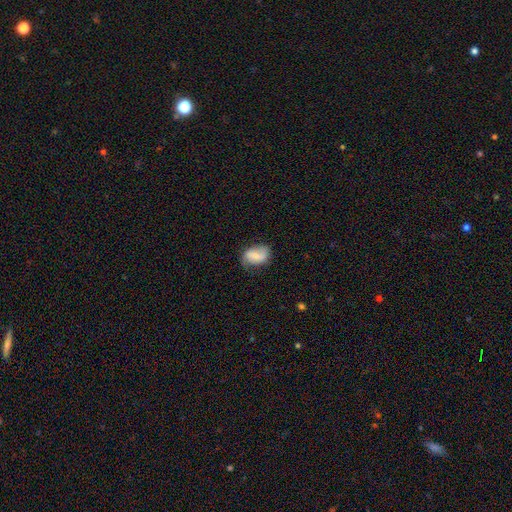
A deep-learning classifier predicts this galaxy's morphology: This appears to be a smooth galaxy with no disk features (60%) that is in between round and cigar-shaped (83%). Merging: none (59%).